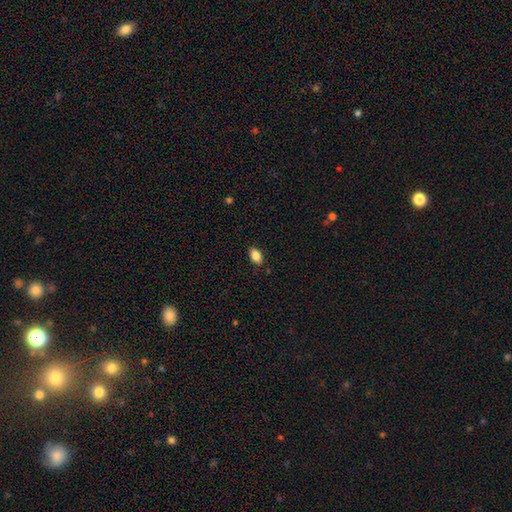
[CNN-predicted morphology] Smooth or featured: smooth — 84% (star or artifact — 8%)
How rounded: in between — 90% (round — 7%)
Merging: none — 87% (minor disturbance — 10%)